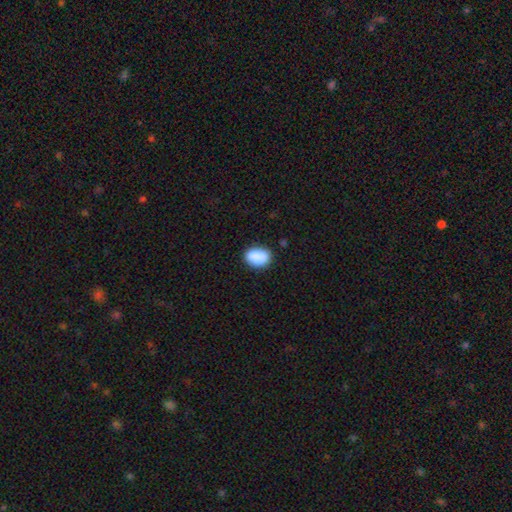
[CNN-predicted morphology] A smooth galaxy with no disk features (88%) that is in between round and cigar-shaped (78%).

Vote fractions:
- Smooth or featured? smooth: 88% / star or artifact: 8% / featured or disk: 5%
- How rounded? in between: 78% / round: 20% / cigar-shaped: 1%
- Merging? none: 77% / minor disturbance: 16% / major disturbance: 3% / merger: 3%